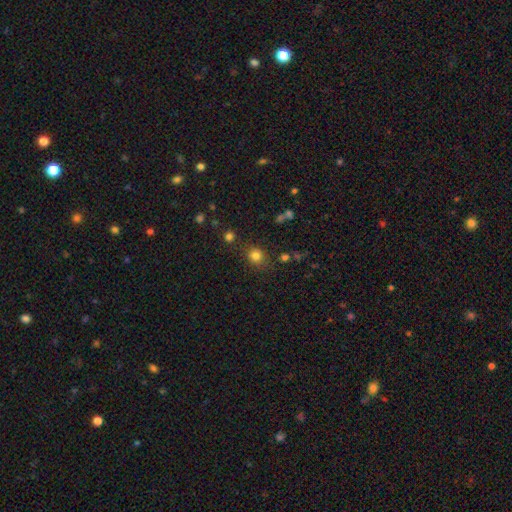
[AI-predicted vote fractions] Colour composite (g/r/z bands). It shows a smooth galaxy with no disk features (79%) that is round (80%). Merging: none (80%).